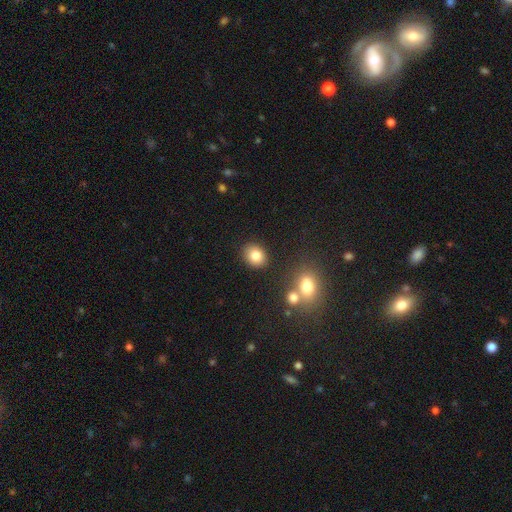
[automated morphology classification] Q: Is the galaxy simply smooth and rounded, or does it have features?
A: smooth — 82%.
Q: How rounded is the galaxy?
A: round — 57%.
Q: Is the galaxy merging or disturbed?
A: none — 85%.